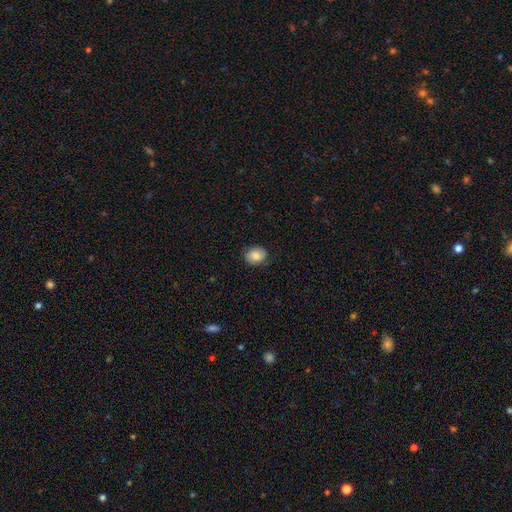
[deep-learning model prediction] Overall: smooth (83%). How rounded: round (51%; in between 48%). Merging: none (82%).